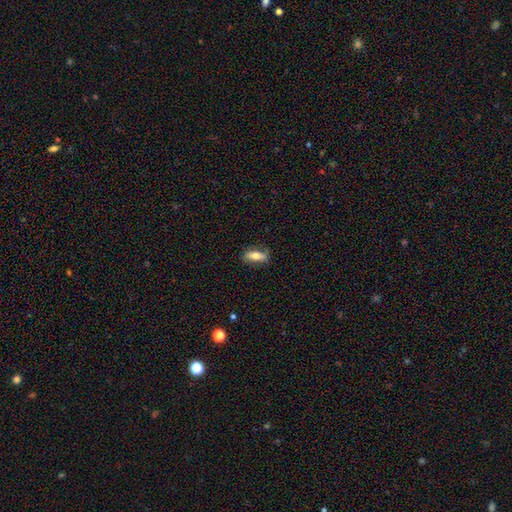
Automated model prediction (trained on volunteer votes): A smooth galaxy with no disk features (64%) that is in between round and cigar-shaped (64%).

Vote fractions:
- Smooth or featured? smooth: 64% / featured or disk: 29% / star or artifact: 7%
- How rounded? in between: 64% / cigar-shaped: 32% / round: 4%
- Merging? none: 77% / minor disturbance: 18% / major disturbance: 4% / merger: 1%